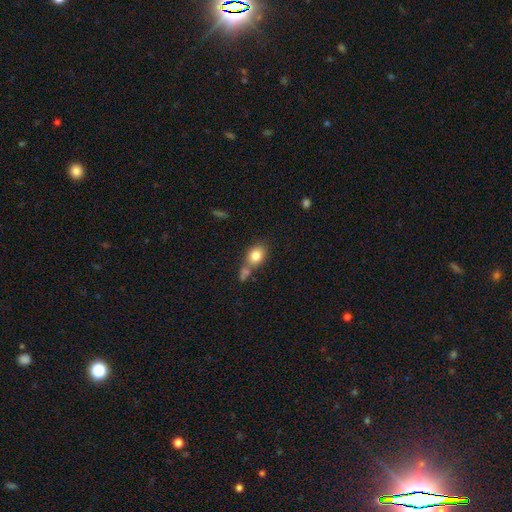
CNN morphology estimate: smooth-or-featured: smooth: 81% | featured or disk: 10% | star or artifact: 9%
  how-rounded: in between: 60% | round: 39% | cigar-shaped: 2%
  merging: none: 49% | merger: 32% | minor disturbance: 14% | major disturbance: 5%